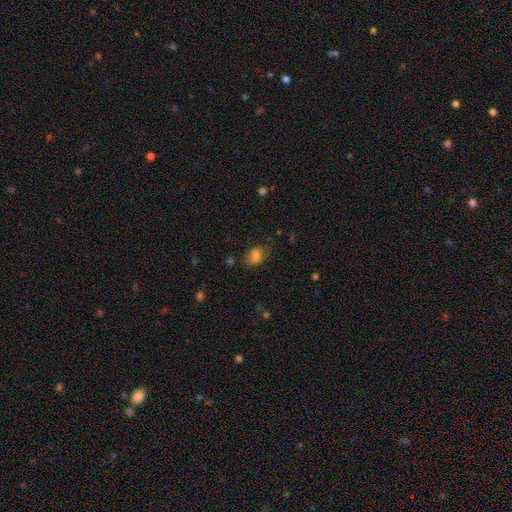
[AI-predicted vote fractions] This is likely a smooth galaxy (79%). How rounded: likely in between (75%). Merging: likely none (70%).